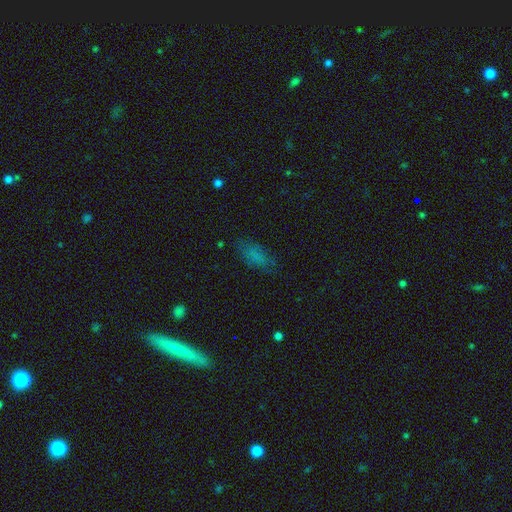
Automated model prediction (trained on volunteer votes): Smooth or featured: smooth — 73% (star or artifact — 15%)
How rounded: in between — 79% (cigar-shaped — 18%)
Merging: none — 70% (minor disturbance — 19%)